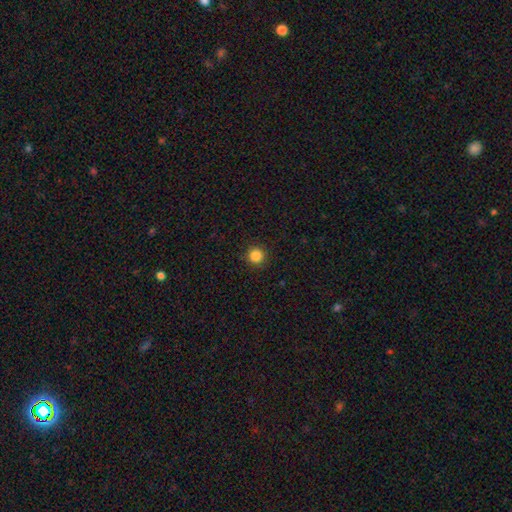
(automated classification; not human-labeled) Q: Smooth or featured?
A: smooth (85%); runner-up: star or artifact (12%)
Q: How rounded?
A: round (96%); runner-up: in between (4%)
Q: Merging?
A: none (92%); runner-up: minor disturbance (5%)